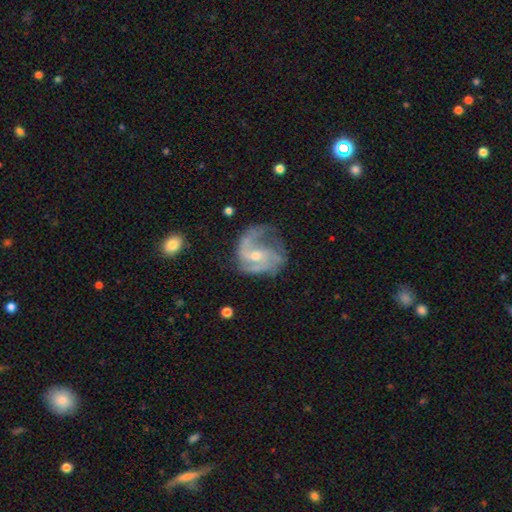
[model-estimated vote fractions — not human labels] smooth-or-featured: featured or disk: 83% | smooth: 10% | star or artifact: 7%
  disk-edge-on: no: 98% | yes: 2%
    bar: no: 46% | weak: 43% | strong: 11%
    has-spiral-arms: yes: 93% | no: 7%
      spiral-winding: medium: 48% | loose: 31% | tight: 21%
      spiral-arm-count: 2: 43% | 3: 23% | can't tell: 17% | 1: 8% | 4: 5% | more than 4: 4%
    bulge-size: small: 52% | moderate: 43% | none: 3% | large: 2% | dominant: 1%
  merging: none: 49% | major disturbance: 25% | minor disturbance: 23% | merger: 3%